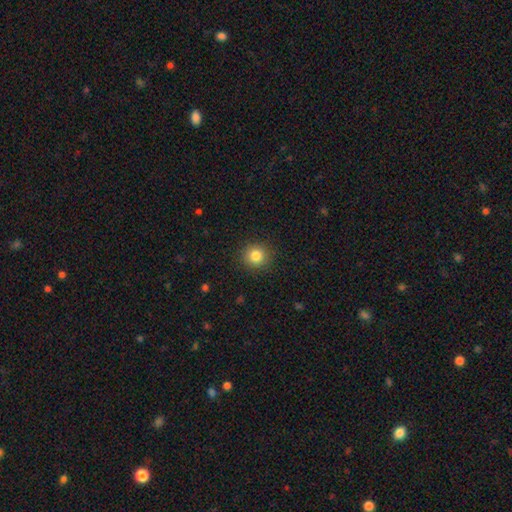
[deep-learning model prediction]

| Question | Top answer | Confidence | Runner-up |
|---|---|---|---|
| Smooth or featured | smooth | 83% | star or artifact (11%) |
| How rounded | round | 92% | in between (7%) |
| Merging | none | 90% | minor disturbance (6%) |